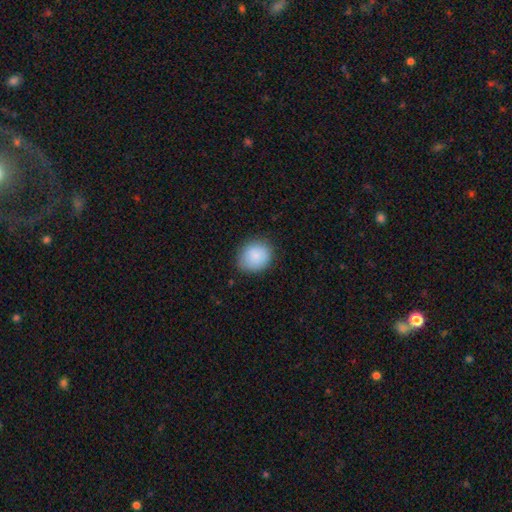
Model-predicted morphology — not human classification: Smooth or featured? Predicted: smooth (p=0.88). How rounded? Predicted: round (p=0.69). Merging? Predicted: none (p=0.82).